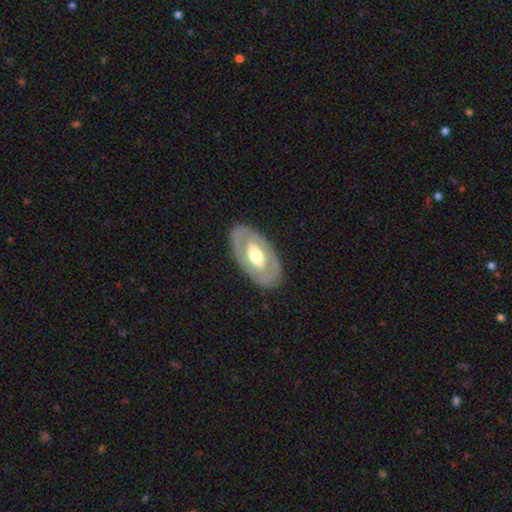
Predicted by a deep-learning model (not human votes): Overall: featured or disk (60%; smooth 35%). Edge-on disk: no (88%). Bar: no (68%). Spiral arms: no (84%). Bulge size: moderate (65%). Merging: none (85%).